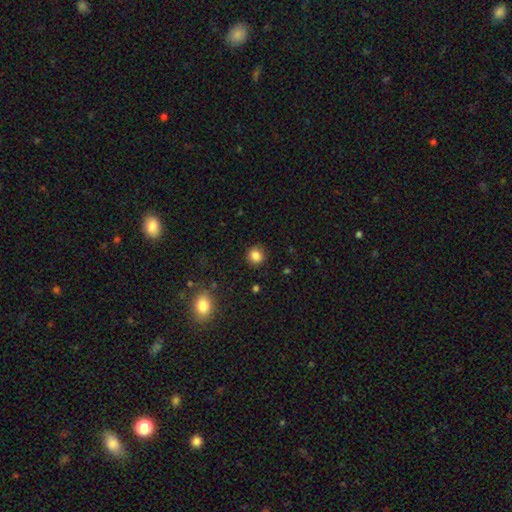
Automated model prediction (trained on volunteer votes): Smooth or featured? Predicted: smooth (p=0.84). How rounded? Predicted: round (p=0.89). Merging? Predicted: none (p=0.90).